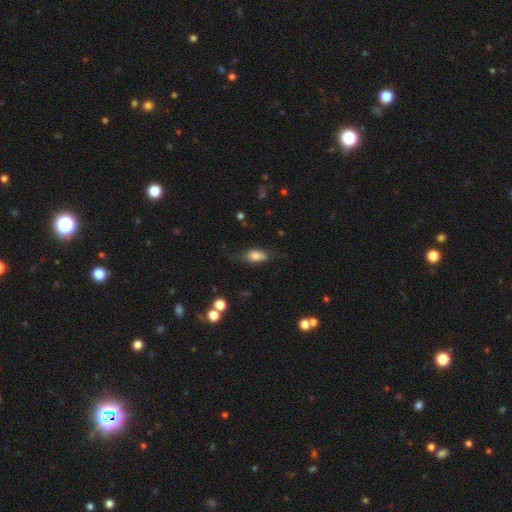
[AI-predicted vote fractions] smooth-or-featured: smooth: 74% | featured or disk: 18% | star or artifact: 8%
  how-rounded: in between: 82% | cigar-shaped: 12% | round: 6%
  merging: none: 58% | minor disturbance: 27% | major disturbance: 13% | merger: 2%